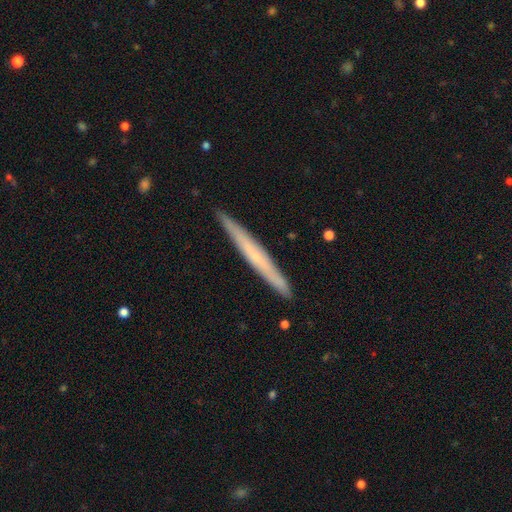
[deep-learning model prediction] Smooth or featured: featured or disk — 51% (smooth — 42%)
Edge-on disk: yes — 95% (no — 5%)
Merging: none — 90% (minor disturbance — 7%)